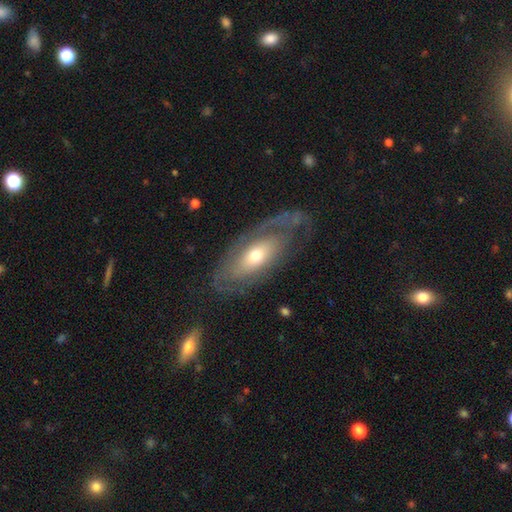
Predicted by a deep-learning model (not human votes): Smooth or featured: featured or disk — 70% (smooth — 24%)
Edge-on disk: no — 87% (yes — 13%)
Bar: no — 75% (weak — 18%)
Spiral arms: yes — 68% (no — 32%)
Bulge size: moderate — 59% (small — 32%)
Merging: none — 60% (minor disturbance — 20%)